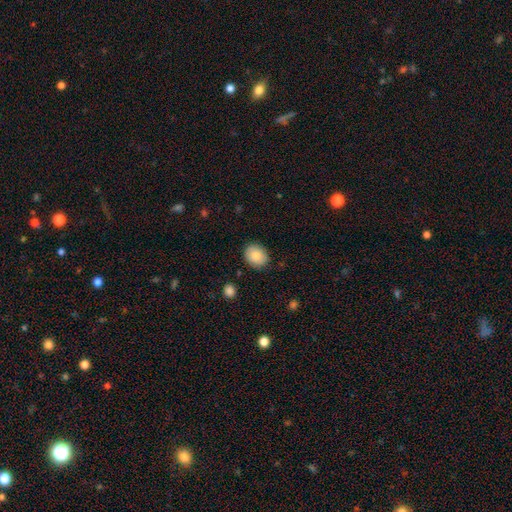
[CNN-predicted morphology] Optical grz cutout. It shows a smooth galaxy with no disk features (84%) that is round (55%). Merging: none (86%).